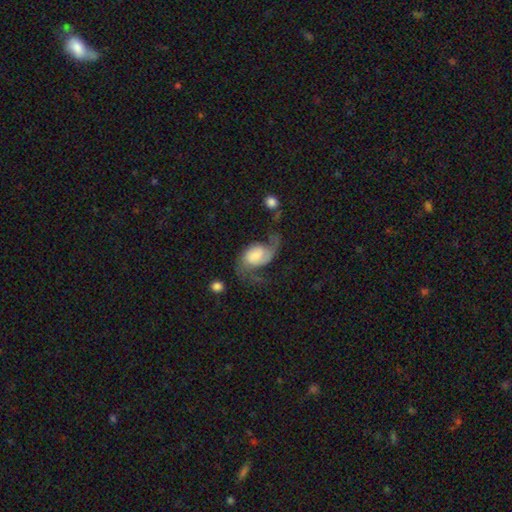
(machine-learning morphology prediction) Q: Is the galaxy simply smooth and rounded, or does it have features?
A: featured or disk — 75%.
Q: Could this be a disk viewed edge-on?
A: no — 97%.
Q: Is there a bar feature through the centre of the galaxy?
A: no — 49%.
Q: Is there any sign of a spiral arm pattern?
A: yes — 93%.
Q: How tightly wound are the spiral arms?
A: loose — 60%.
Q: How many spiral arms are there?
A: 2 — 81%.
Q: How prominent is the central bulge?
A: moderate — 29%.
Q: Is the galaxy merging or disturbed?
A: major disturbance — 38%.